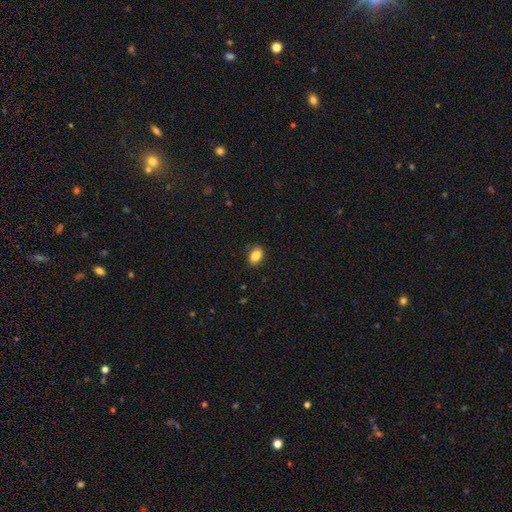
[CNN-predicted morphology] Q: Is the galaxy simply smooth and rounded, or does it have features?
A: smooth — 87%.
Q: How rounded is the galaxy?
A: in between — 77%.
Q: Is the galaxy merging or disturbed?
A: none — 87%.